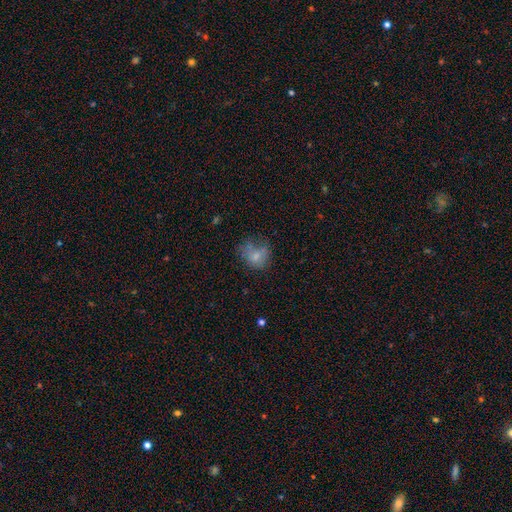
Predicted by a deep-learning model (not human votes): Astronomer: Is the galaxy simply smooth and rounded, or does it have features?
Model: smooth — 69%.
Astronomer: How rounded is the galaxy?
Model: round — 54% (runner-up: in between, 45%).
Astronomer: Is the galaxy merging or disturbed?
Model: none — 38% (runner-up: minor disturbance, 27%).